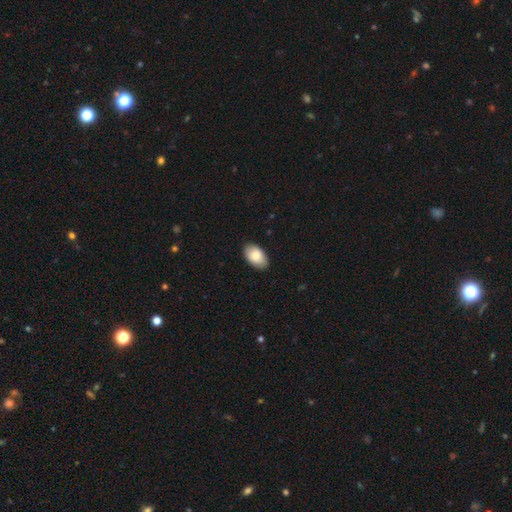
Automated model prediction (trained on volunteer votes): Smooth or featured?
  - smooth: 84% *
  - featured or disk: 10%
  - star or artifact: 6%
How rounded?
  - in between: 94% *
  - round: 5%
  - cigar-shaped: 1%
Merging?
  - none: 88% *
  - minor disturbance: 9%
  - major disturbance: 2%
  - merger: 1%